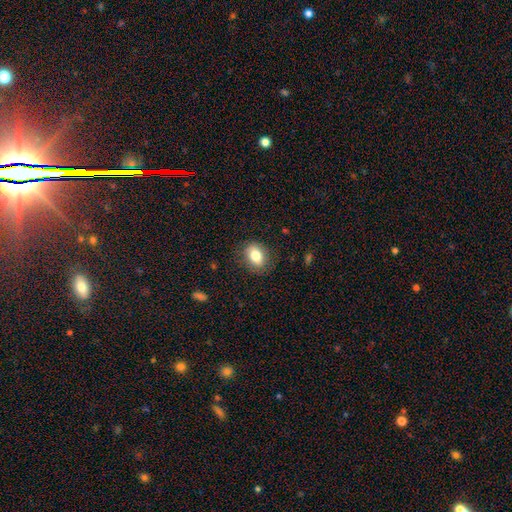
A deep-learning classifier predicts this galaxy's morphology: Smooth or featured: smooth — 80% (featured or disk — 11%)
How rounded: in between — 71% (round — 28%)
Merging: none — 83% (minor disturbance — 12%)